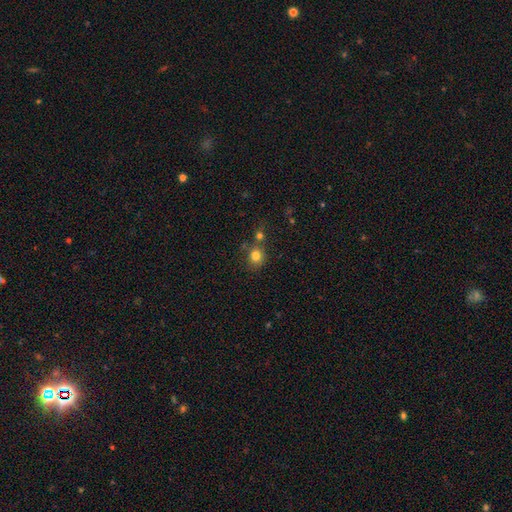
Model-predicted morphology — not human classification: A smooth galaxy with no disk features (80%) that is round (81%). Merging: none (66%).